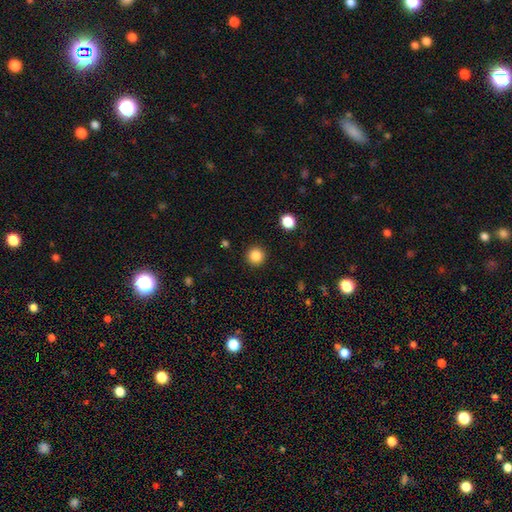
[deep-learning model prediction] smooth_or_featured: smooth (p=0.86) [alt: star or artifact p=0.11]
how_rounded: round (p=0.96) [alt: in between p=0.04]
merging: none (p=0.92) [alt: minor disturbance p=0.05]